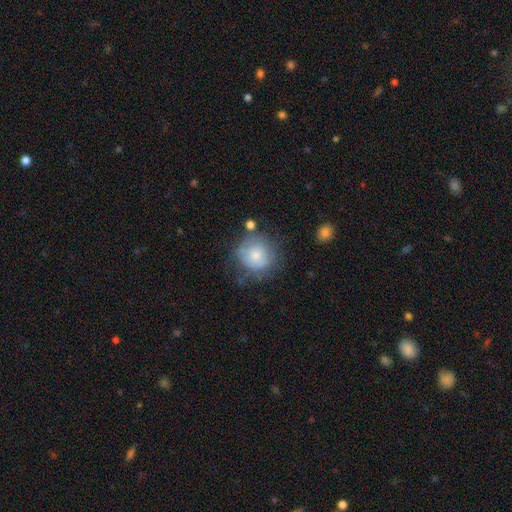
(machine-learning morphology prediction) smooth_or_featured: smooth (p=0.68) [alt: featured or disk p=0.24]
how_rounded: round (p=0.88) [alt: in between p=0.11]
merging: none (p=0.54) [alt: minor disturbance p=0.26]